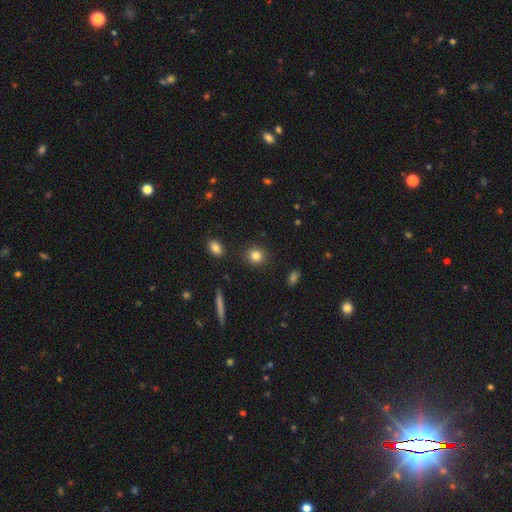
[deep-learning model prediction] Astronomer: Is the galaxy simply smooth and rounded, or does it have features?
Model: smooth — 82%.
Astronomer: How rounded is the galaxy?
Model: round — 84%.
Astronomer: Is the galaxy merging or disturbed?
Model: none — 90%.